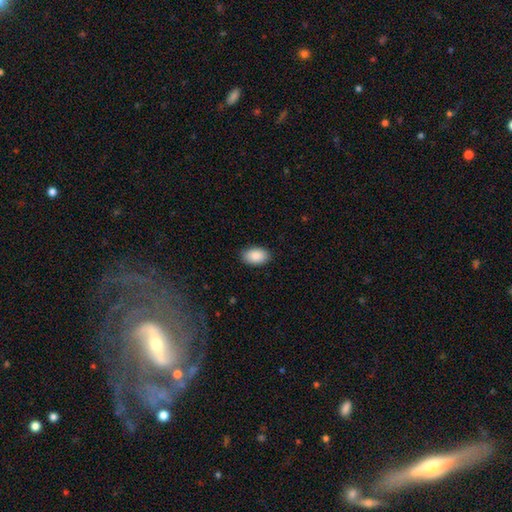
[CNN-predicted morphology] This appears to be a smooth galaxy with no disk features (90%) that is in between round and cigar-shaped (92%). Merging: none (89%).